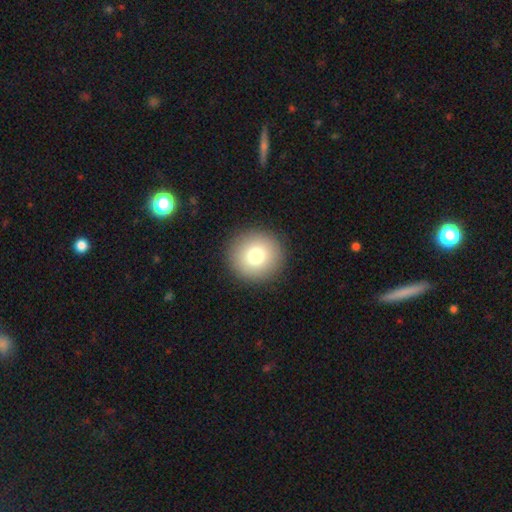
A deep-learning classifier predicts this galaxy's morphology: Smooth or featured? smooth (77%)
How rounded? round (94%)
Merging? none (92%)